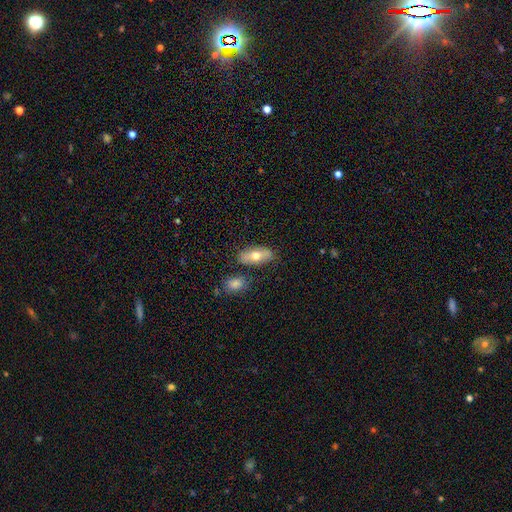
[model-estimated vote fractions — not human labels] The model was most divided on "smooth or featured": smooth: 61%, featured or disk: 32%, star or artifact: 6%. More confident: how rounded — in between (82%); merging — none (78%).